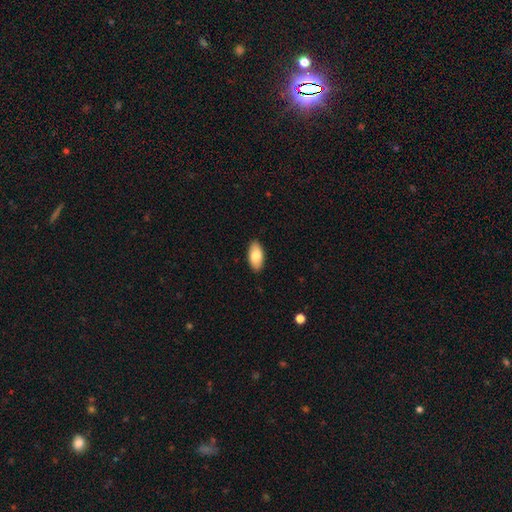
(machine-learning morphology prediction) smooth_or_featured: smooth (p=0.80) [alt: featured or disk p=0.14]
how_rounded: in between (p=0.93) [alt: cigar-shaped p=0.05]
merging: none (p=0.89) [alt: minor disturbance p=0.08]